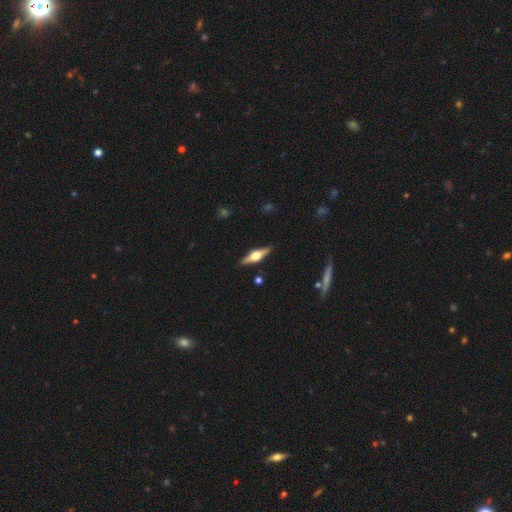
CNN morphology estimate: A featured or disk galaxy (74%) viewed edge-on (97%) with a rounded central bulge (94%). Merging: none (90%).